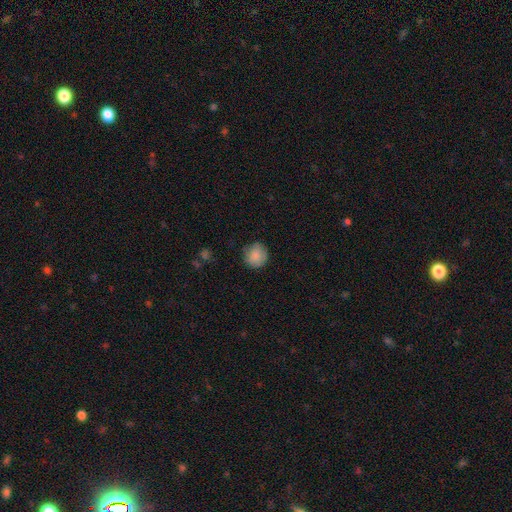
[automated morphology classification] smooth-or-featured: smooth: 85% | featured or disk: 8% | star or artifact: 7%
  how-rounded: round: 89% | in between: 10% | cigar-shaped: 1%
  merging: none: 80% | minor disturbance: 16% | major disturbance: 3% | merger: 1%